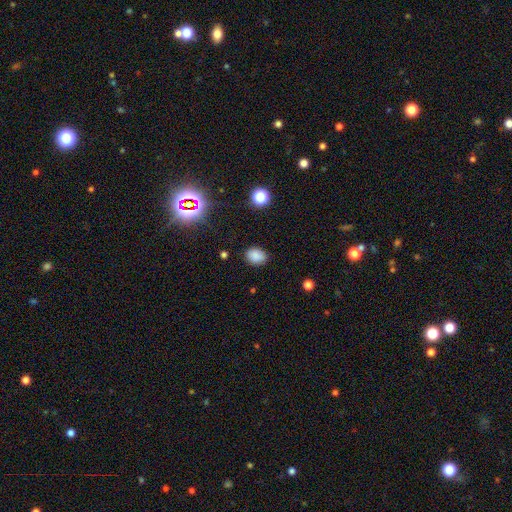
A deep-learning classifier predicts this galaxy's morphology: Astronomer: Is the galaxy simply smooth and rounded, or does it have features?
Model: smooth — 83%.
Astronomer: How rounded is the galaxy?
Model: in between — 61% (runner-up: round, 38%).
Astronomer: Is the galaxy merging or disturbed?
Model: none — 83%.